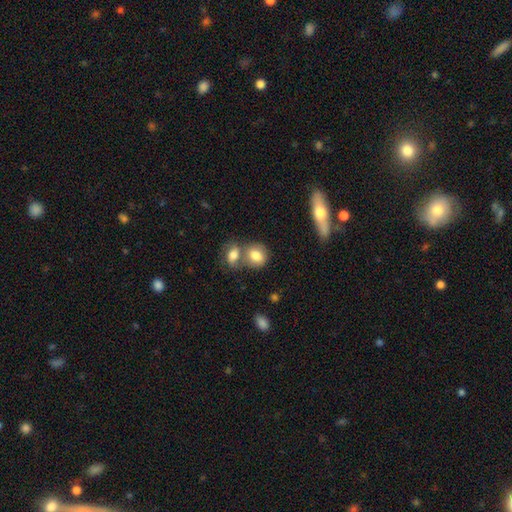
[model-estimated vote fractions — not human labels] Morphology: type=smooth (77%); roundness=round (50%); merging=merger (46%).